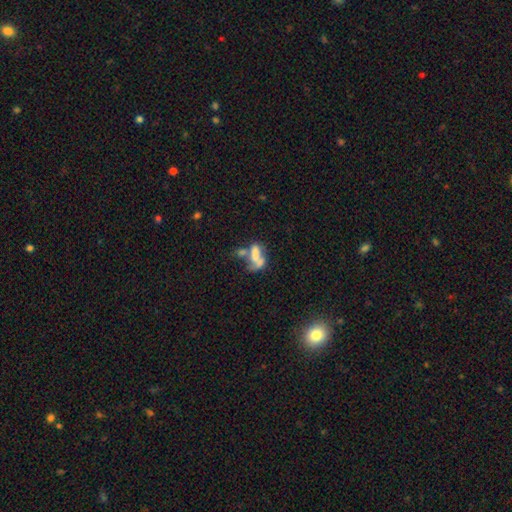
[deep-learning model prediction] Overall: smooth (51%; featured or disk 36%). How rounded: in between (77%). Merging: merger (51%; major disturbance 20%).